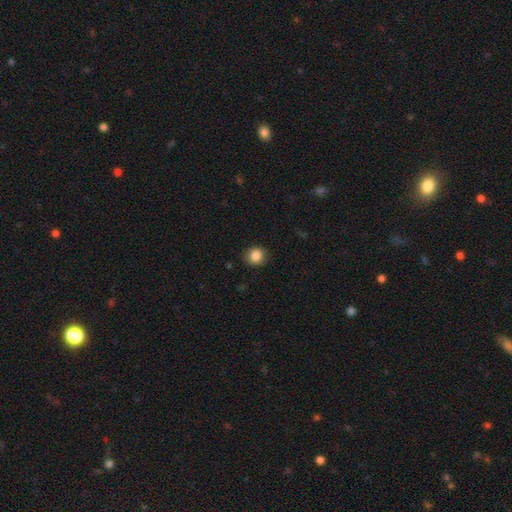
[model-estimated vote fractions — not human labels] smooth 86%, star or artifact 9%, featured or disk 4%. Down the decision tree: how rounded — round (83%); merging — none (87%).